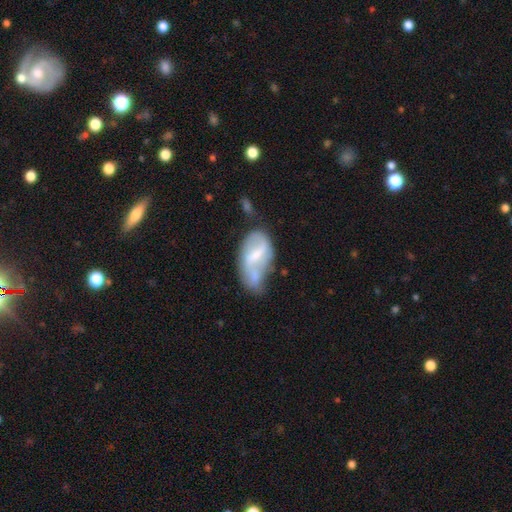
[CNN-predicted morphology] Smooth or featured? featured or disk (62%)
Edge-on disk? no (95%)
Bar? weak (43%)
Spiral arms? yes (63%)
Bulge size? small (49%)
Merging? none (31%)